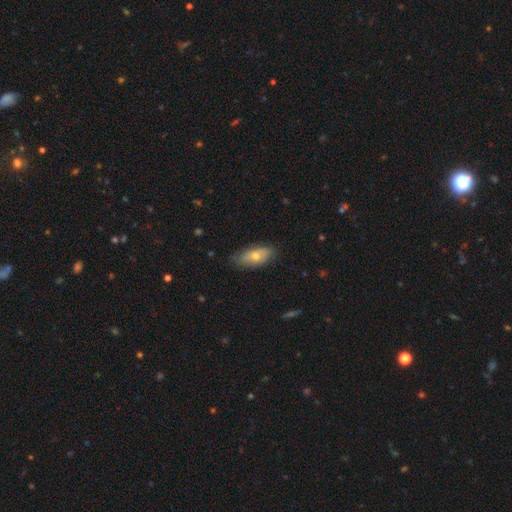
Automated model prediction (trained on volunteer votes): Morphology: type=smooth (62%); roundness=in between (83%); merging=none (77%).